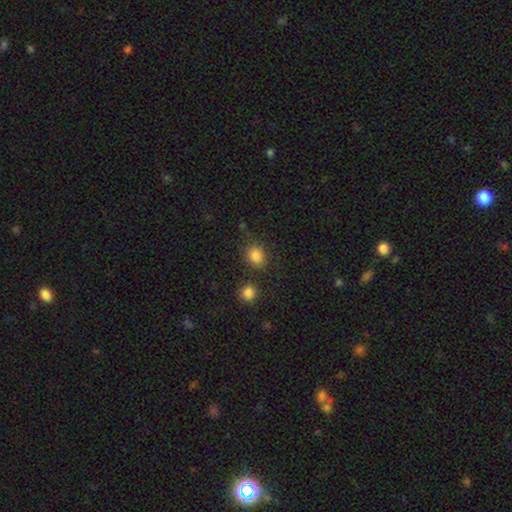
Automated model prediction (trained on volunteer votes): The model was most divided on "how rounded": round: 61%, in between: 38%, cigar-shaped: 1%. More confident: smooth or featured — smooth (84%); merging — none (76%).